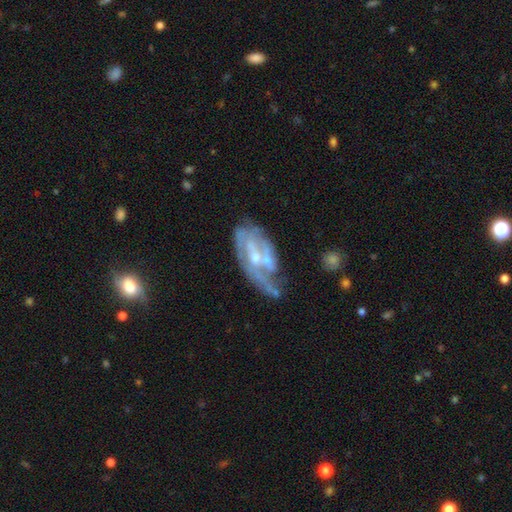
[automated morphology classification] Overall: featured or disk (77%). Edge-on disk: no (93%). Bar: no (50%; weak 37%). Spiral arms: yes (70%). Spiral arm count: can't tell (37%; 2 32%). Spiral winding: tight (38%, tied with medium). Bulge size: small (51%; moderate 39%). Merging: none (33%; major disturbance 26%).